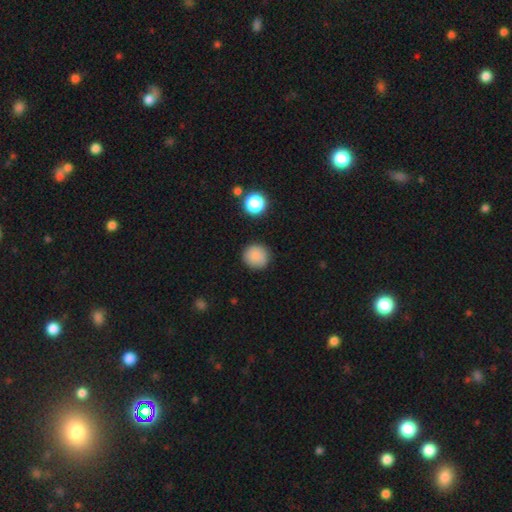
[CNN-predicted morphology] Smooth or featured? smooth (86%)
How rounded? round (93%)
Merging? none (88%)